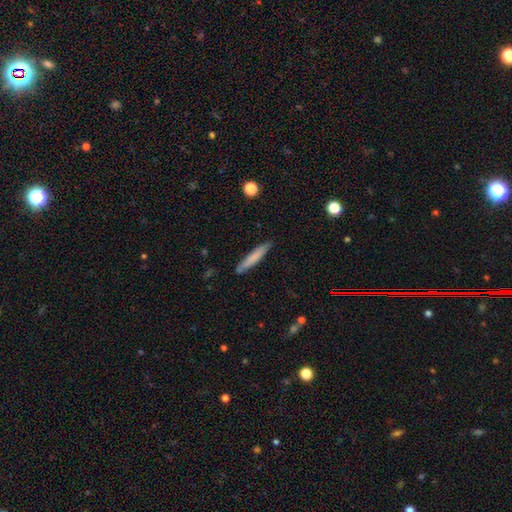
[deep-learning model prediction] Q: Smooth or featured?
A: smooth (72%); runner-up: featured or disk (21%)
Q: How rounded?
A: cigar-shaped (93%); runner-up: in between (6%)
Q: Merging?
A: none (85%); runner-up: minor disturbance (11%)